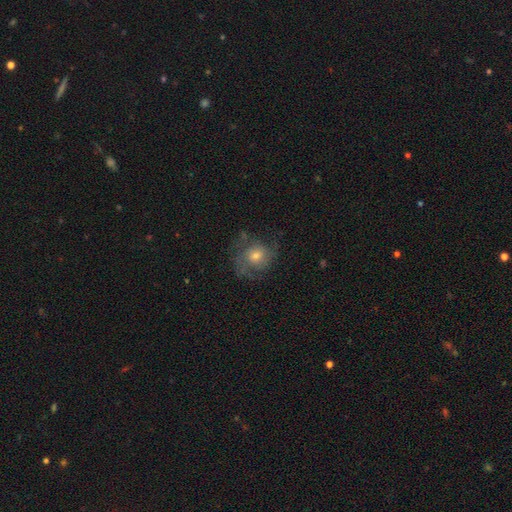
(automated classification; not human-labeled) Overall: featured or disk (55%; smooth 32%). Edge-on disk: no (97%). Bar: no (77%). Spiral arms: yes (80%). Bulge size: moderate (54%; small 36%). Merging: none (63%).